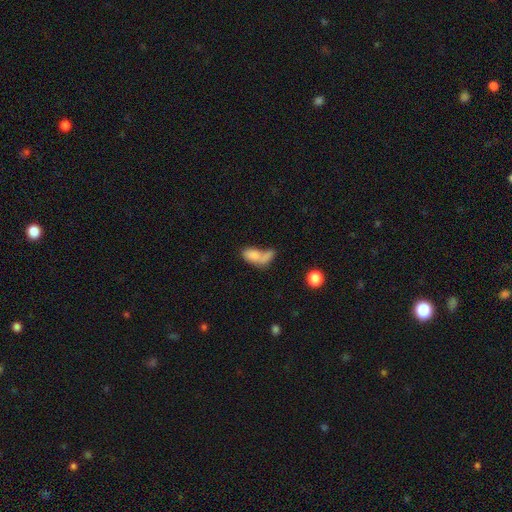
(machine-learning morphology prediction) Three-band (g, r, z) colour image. It shows a smooth galaxy with no disk features (75%) that is in between round and cigar-shaped (86%). Merging: merger (56%).